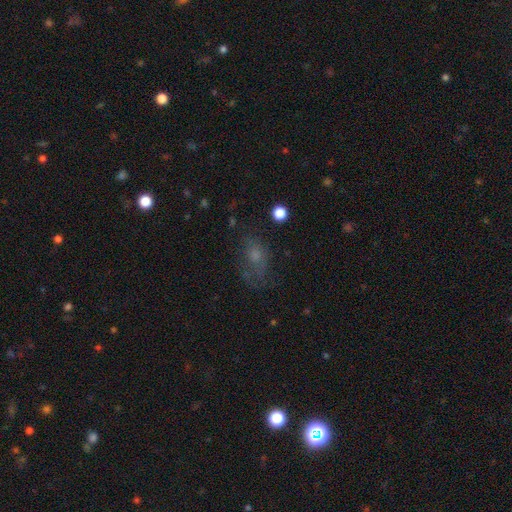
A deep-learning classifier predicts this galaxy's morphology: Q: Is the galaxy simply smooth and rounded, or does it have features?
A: smooth — 53%.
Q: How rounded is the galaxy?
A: in between — 74%.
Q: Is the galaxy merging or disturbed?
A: none — 49%.